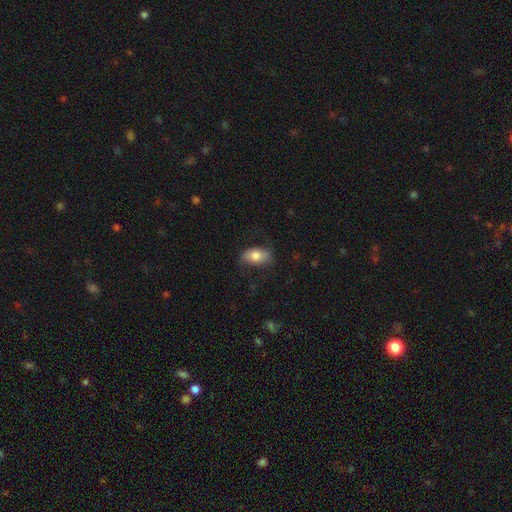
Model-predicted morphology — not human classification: type=smooth (70%); roundness=in between (90%); merging=none (72%).